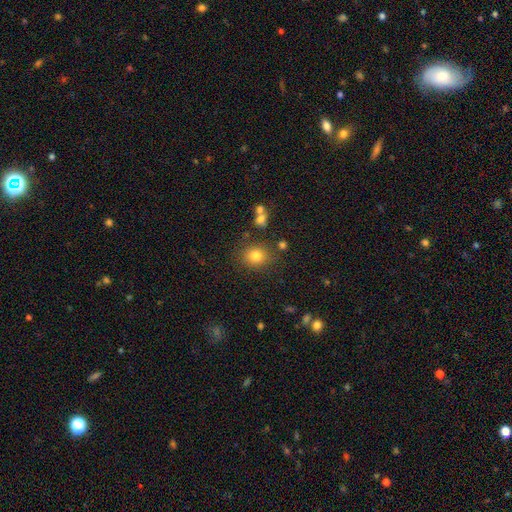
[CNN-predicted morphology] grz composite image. It shows a smooth galaxy with no disk features (80%) that is round (71%). Merging: none (80%).